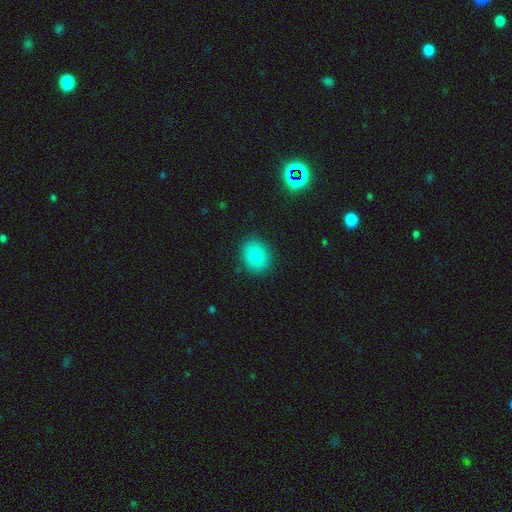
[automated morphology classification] The model was most divided on "how rounded": round: 55%, in between: 44%, cigar-shaped: 1%. More confident: merging — none (88%); smooth or featured — smooth (80%).